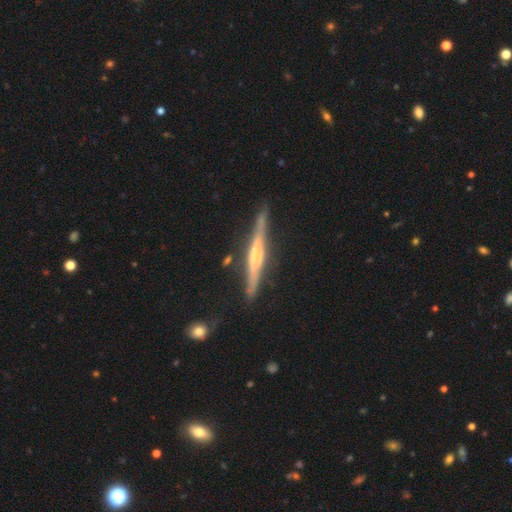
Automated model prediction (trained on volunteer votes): Morphology: type=featured or disk (77%); edge-on=yes (97%); edge-on bulge=rounded (44%); merging=none (84%).